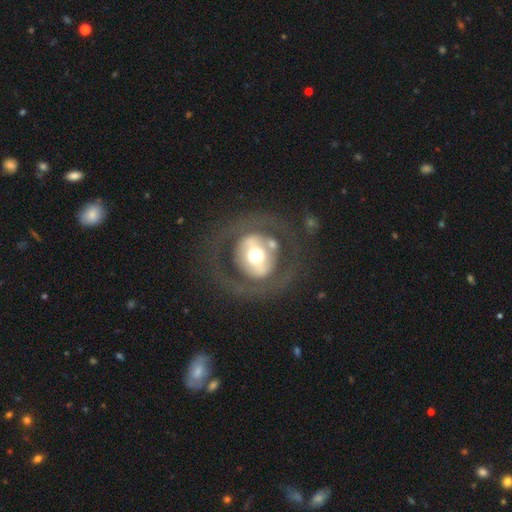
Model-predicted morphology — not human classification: smooth_or_featured: featured or disk (p=0.59) [alt: smooth p=0.33]
disk_edge_on: no (p=0.93) [alt: yes p=0.07]
bar: no (p=0.53) [alt: strong p=0.26]
has_spiral_arms: no (p=0.84) [alt: yes p=0.16]
bulge_size: moderate (p=0.54) [alt: large p=0.32]
merging: none (p=0.72) [alt: major disturbance p=0.15]